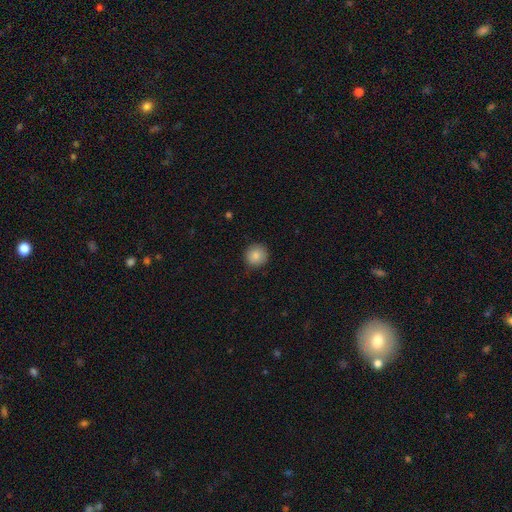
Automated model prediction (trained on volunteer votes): A smooth galaxy with no disk features (86%) that is round (93%).

Vote fractions:
- Smooth or featured? smooth: 86% / star or artifact: 8% / featured or disk: 5%
- How rounded? round: 93% / in between: 6% / cigar-shaped: 1%
- Merging? none: 88% / minor disturbance: 9% / major disturbance: 2% / merger: 1%